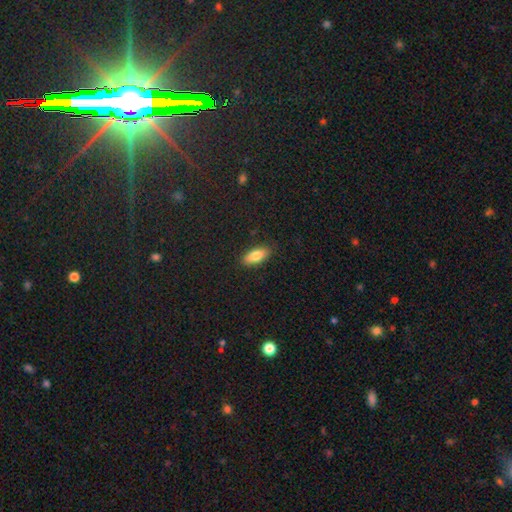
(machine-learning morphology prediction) Smooth or featured: smooth — 81% (featured or disk — 12%)
How rounded: in between — 80% (cigar-shaped — 18%)
Merging: none — 87% (minor disturbance — 10%)